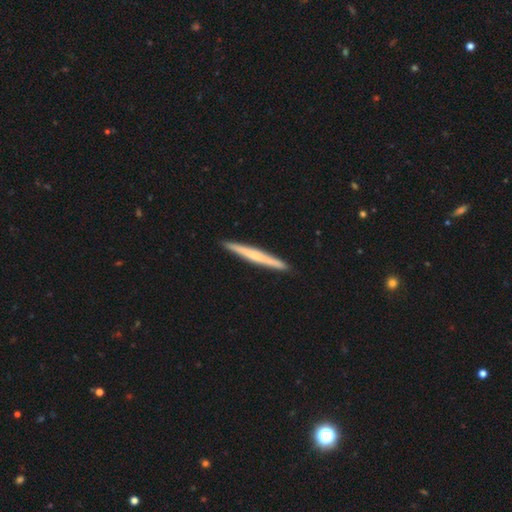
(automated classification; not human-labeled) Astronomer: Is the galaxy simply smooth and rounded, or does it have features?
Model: smooth — 48% (runner-up: featured or disk, 47%).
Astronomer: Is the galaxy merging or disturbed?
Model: none — 93%.